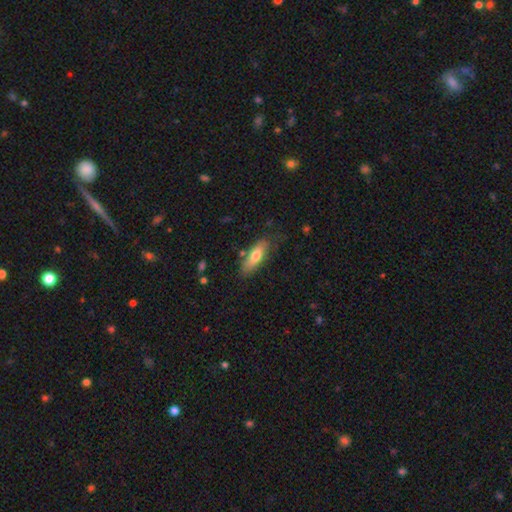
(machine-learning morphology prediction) This appears to be a smooth galaxy with no disk features (70%) that is in between round and cigar-shaped (57%). Merging: none (72%).